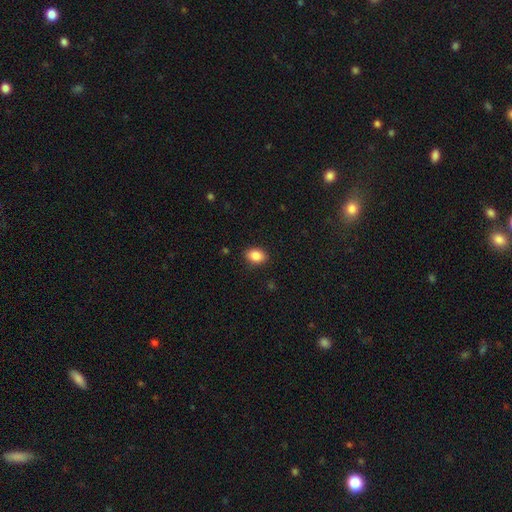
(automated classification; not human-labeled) Smooth or featured?
  - smooth: 87% *
  - star or artifact: 8%
  - featured or disk: 4%
How rounded?
  - in between: 75% *
  - round: 24%
  - cigar-shaped: 1%
Merging?
  - none: 88% *
  - minor disturbance: 9%
  - major disturbance: 2%
  - merger: 1%